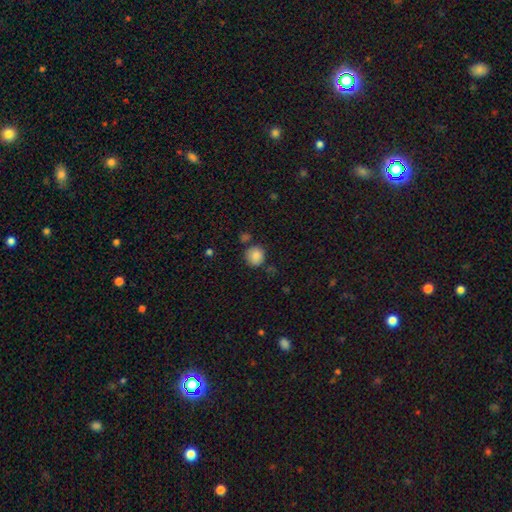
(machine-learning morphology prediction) Smooth or featured: smooth — 87% (star or artifact — 9%)
How rounded: round — 89% (in between — 10%)
Merging: none — 75% (minor disturbance — 14%)